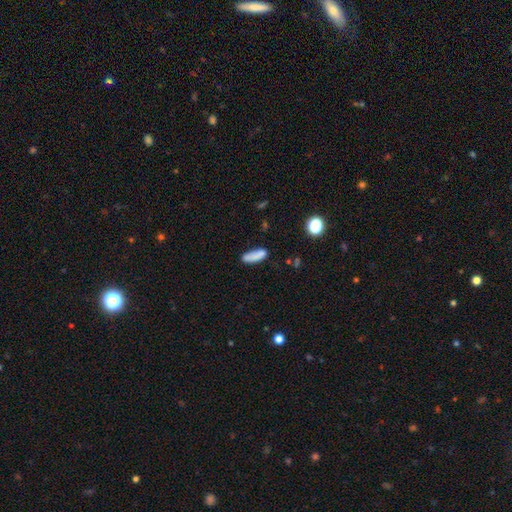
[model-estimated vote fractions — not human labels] This appears to be a smooth galaxy with no disk features (81%) that is in between round and cigar-shaped (53%). Merging: none (65%).